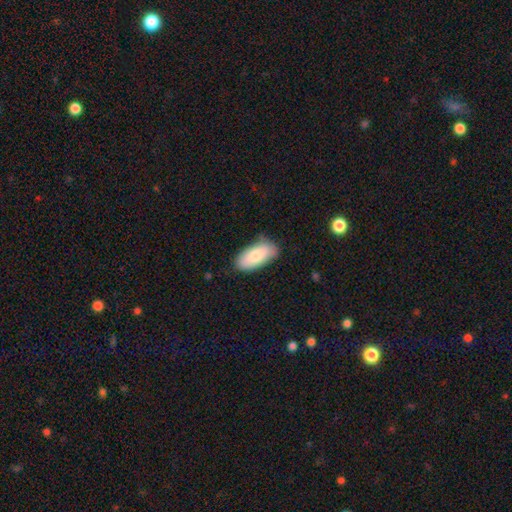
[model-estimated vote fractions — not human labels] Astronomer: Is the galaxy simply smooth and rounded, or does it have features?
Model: smooth — 78%.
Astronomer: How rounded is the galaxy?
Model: in between — 93%.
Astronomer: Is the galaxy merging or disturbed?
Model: none — 76%.